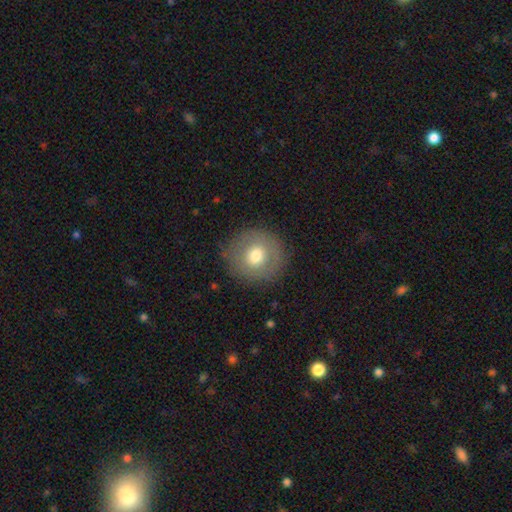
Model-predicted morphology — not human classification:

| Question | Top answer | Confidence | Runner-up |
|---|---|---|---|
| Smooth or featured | smooth | 69% | featured or disk (22%) |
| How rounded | round | 93% | in between (6%) |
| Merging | none | 85% | minor disturbance (9%) |